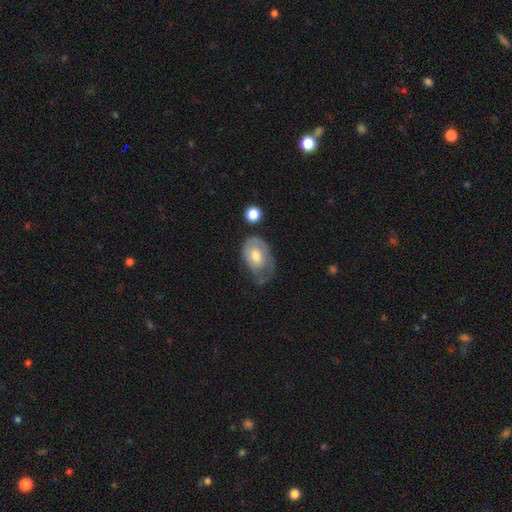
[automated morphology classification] A smooth galaxy with no disk features (52%) that is in between round and cigar-shaped (84%). Merging: none (35%, tied with minor disturbance).